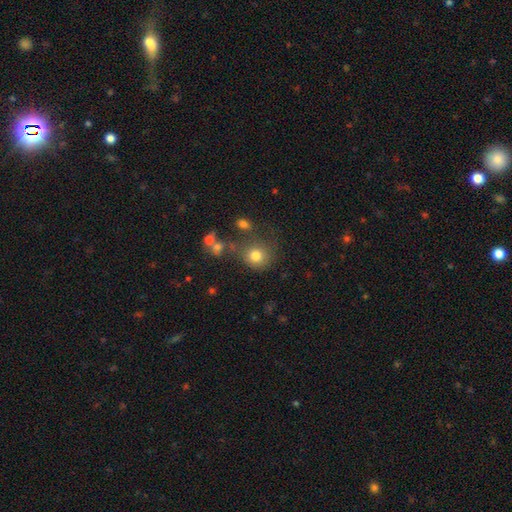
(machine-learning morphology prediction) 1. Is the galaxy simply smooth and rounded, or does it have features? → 78% smooth, 13% star or artifact, 9% featured or disk.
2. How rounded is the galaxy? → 86% round, 13% in between, 1% cigar-shaped.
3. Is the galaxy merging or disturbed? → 68% none, 15% minor disturbance, 9% merger, 7% major disturbance.